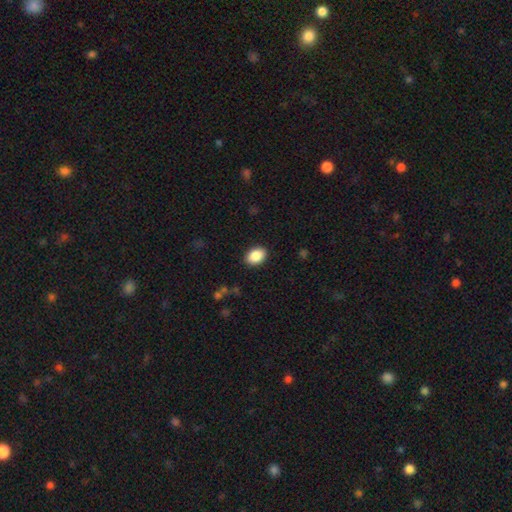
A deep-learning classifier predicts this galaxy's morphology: smooth_or_featured: smooth (p=0.88) [alt: star or artifact p=0.07]
how_rounded: in between (p=0.80) [alt: round p=0.19]
merging: none (p=0.89) [alt: minor disturbance p=0.08]